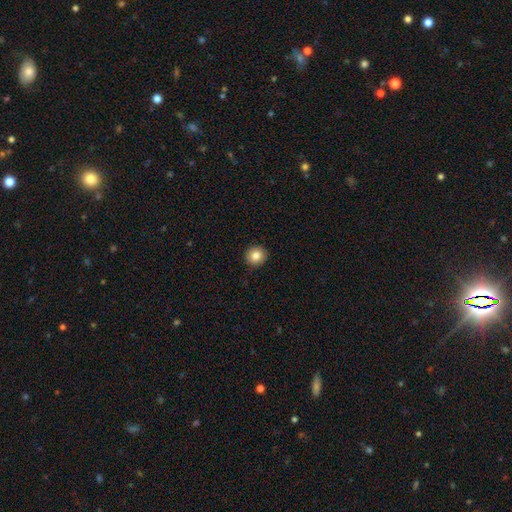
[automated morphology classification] This appears to be a smooth galaxy with no disk features (83%) that is round (93%). Merging: none (92%).